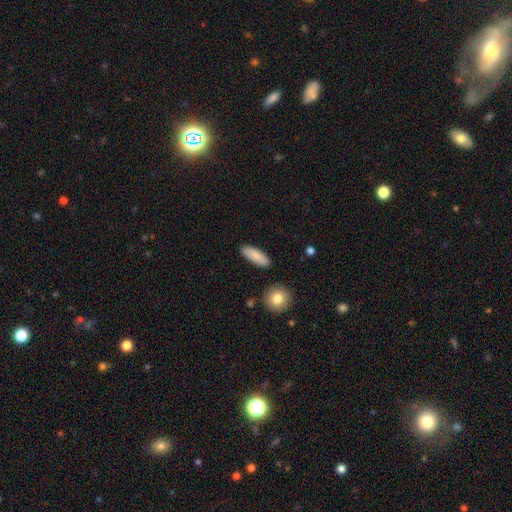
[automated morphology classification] Q: Smooth or featured?
A: smooth (86%); runner-up: featured or disk (8%)
Q: How rounded?
A: in between (63%); runner-up: cigar-shaped (35%)
Q: Merging?
A: none (87%); runner-up: minor disturbance (9%)